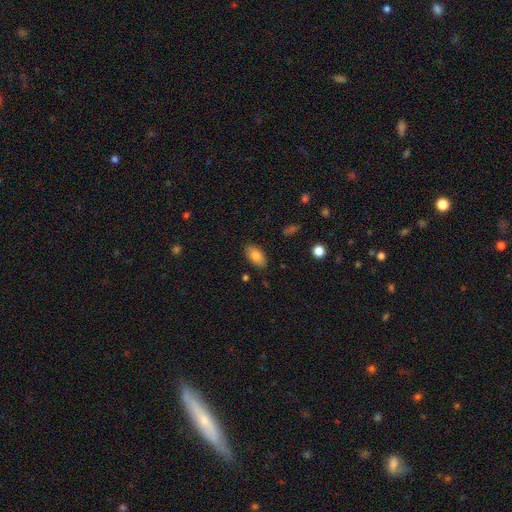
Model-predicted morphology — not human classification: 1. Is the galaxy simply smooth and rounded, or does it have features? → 82% smooth, 10% featured or disk, 8% star or artifact.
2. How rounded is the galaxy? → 92% in between, 4% round, 4% cigar-shaped.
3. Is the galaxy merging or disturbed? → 85% none, 11% minor disturbance, 2% major disturbance, 2% merger.